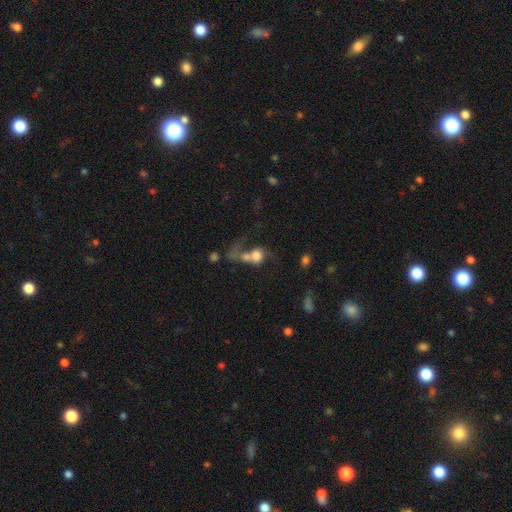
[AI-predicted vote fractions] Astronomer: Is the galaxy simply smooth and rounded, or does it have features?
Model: smooth — 57% (runner-up: featured or disk, 32%).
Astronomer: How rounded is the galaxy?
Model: round — 68%.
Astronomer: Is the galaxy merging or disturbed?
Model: merger — 55%.